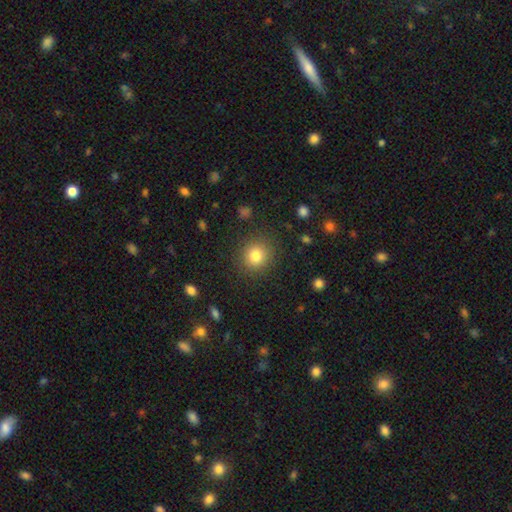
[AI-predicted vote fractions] Smooth or featured? smooth (81%)
How rounded? round (87%)
Merging? none (87%)